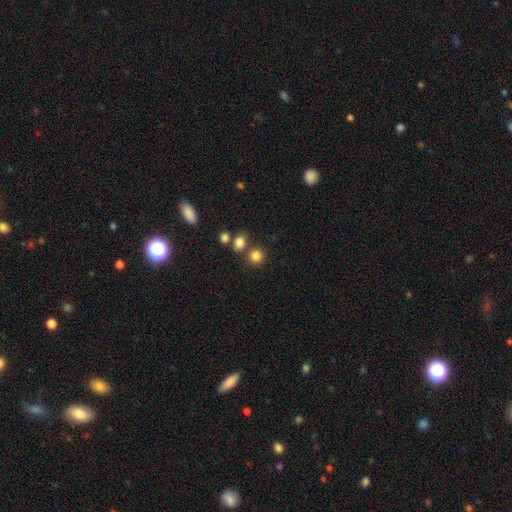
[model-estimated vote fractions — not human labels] Overall: smooth (82%). How rounded: round (86%). Merging: none (71%).